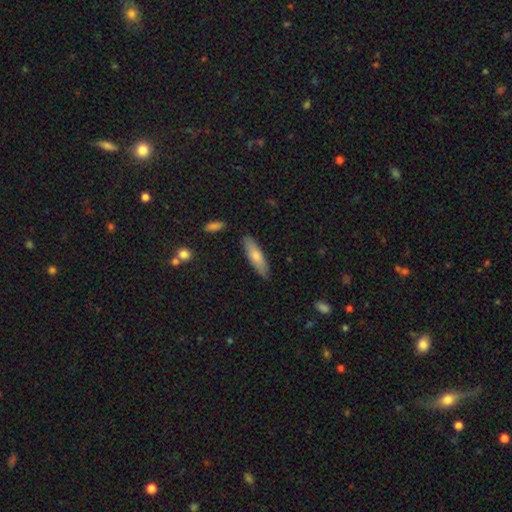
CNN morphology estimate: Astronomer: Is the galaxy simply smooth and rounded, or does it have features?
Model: smooth — 69%.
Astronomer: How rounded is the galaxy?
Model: cigar-shaped — 68%.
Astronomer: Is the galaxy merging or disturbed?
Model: none — 87%.